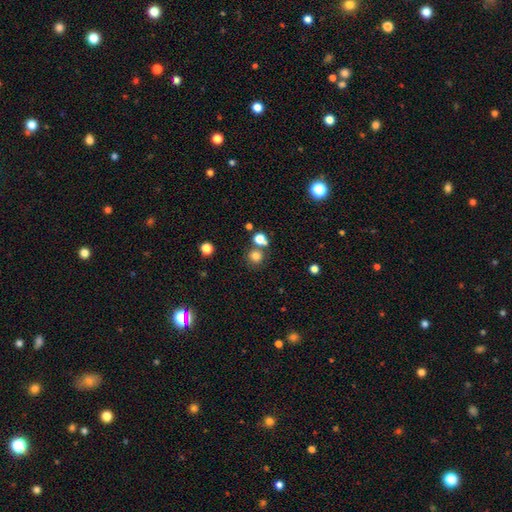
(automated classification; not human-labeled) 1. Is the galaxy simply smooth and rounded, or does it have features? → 79% smooth, 15% star or artifact, 6% featured or disk.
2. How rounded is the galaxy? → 91% round, 8% in between, 1% cigar-shaped.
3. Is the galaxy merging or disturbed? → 72% none, 18% merger, 7% minor disturbance, 3% major disturbance.